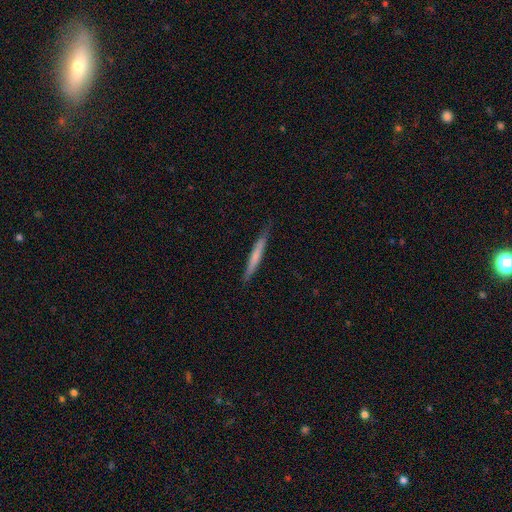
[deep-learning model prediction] Overall: smooth (59%; featured or disk 36%). How rounded: cigar-shaped (96%). Merging: none (83%).